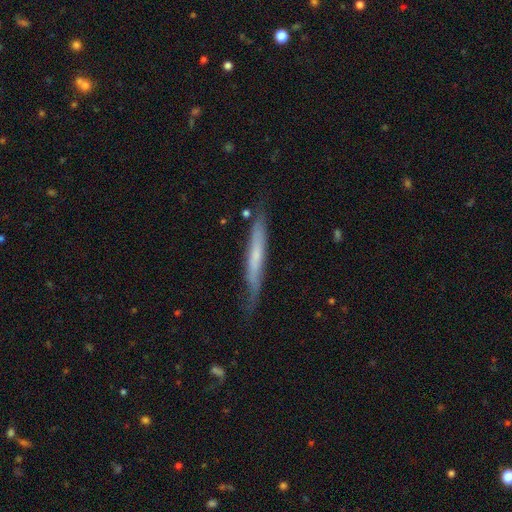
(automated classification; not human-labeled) This is possibly a featured or disk galaxy (52%). It is clearly viewed edge-on (85%). Merging: likely none (69%).